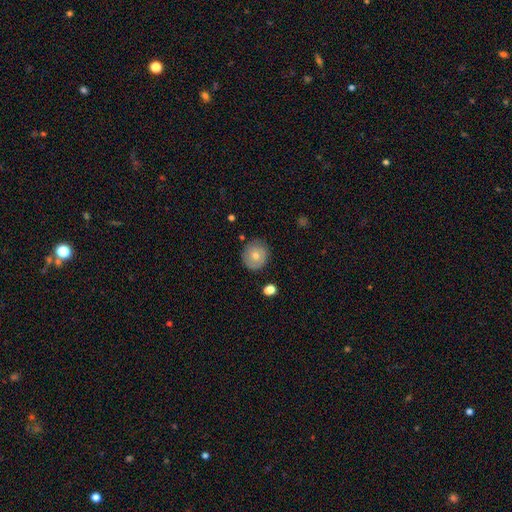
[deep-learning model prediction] Smooth or featured: smooth — 59% (featured or disk — 32%)
How rounded: round — 87% (in between — 13%)
Merging: none — 84% (minor disturbance — 12%)